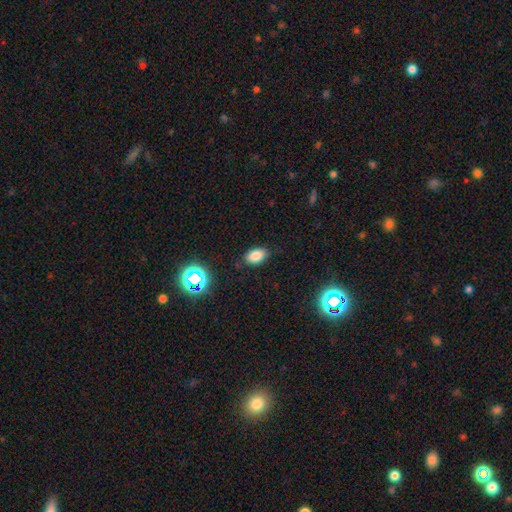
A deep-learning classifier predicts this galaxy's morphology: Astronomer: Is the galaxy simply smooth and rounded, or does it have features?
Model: smooth — 80%.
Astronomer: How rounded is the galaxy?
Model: in between — 89%.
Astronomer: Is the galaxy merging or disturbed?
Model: none — 83%.